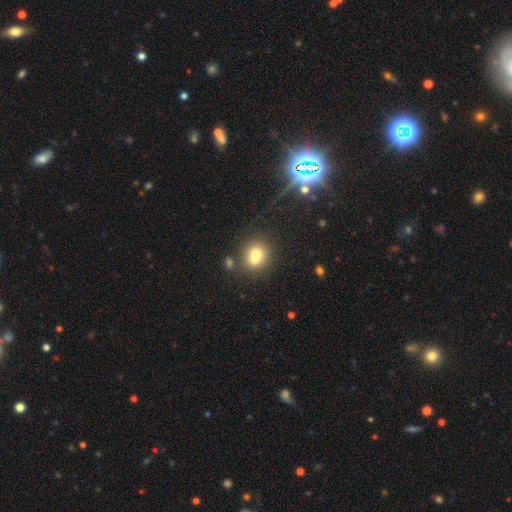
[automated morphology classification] Overall: smooth (71%). How rounded: round (80%). Merging: none (49%; merger 37%).